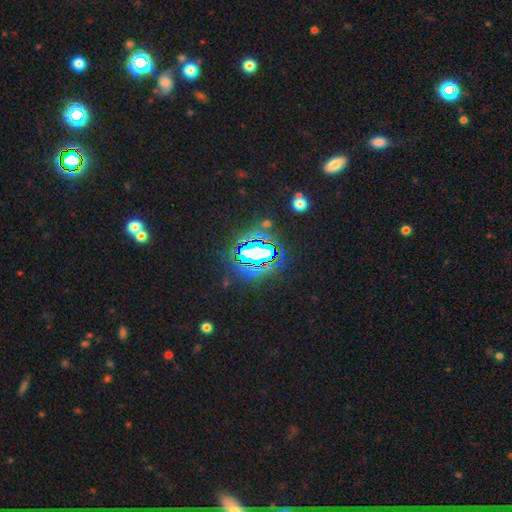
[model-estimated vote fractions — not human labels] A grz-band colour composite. It shows a star or artifact, not a galaxy (80%).